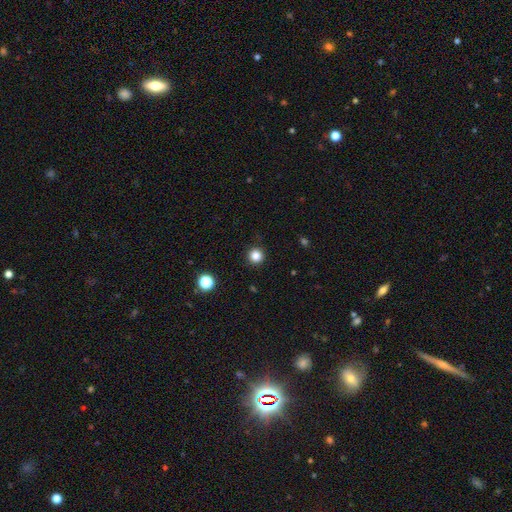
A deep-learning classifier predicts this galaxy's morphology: smooth-or-featured: smooth: 83% | star or artifact: 13% | featured or disk: 4%
  how-rounded: round: 96% | in between: 3% | cigar-shaped: 1%
  merging: none: 93% | minor disturbance: 5% | major disturbance: 2% | merger: 1%